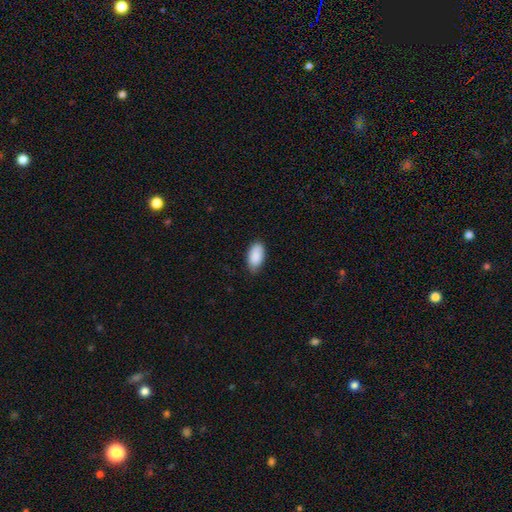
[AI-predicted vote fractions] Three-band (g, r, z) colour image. It shows a smooth galaxy with no disk features (90%) that is in between round and cigar-shaped (95%). Merging: none (76%).